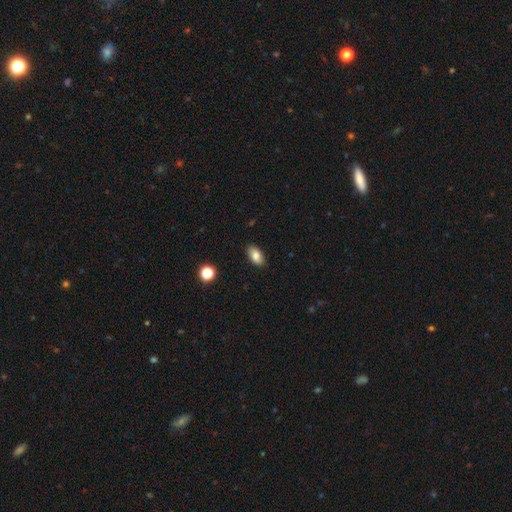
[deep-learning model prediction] Morphology: type=smooth (81%); roundness=in between (91%); merging=none (88%).